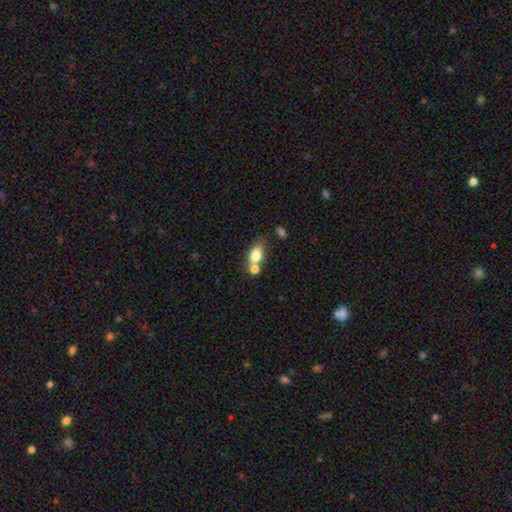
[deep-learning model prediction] Overall: smooth (75%). How rounded: in between (74%). Merging: merger (44%; none 39%).